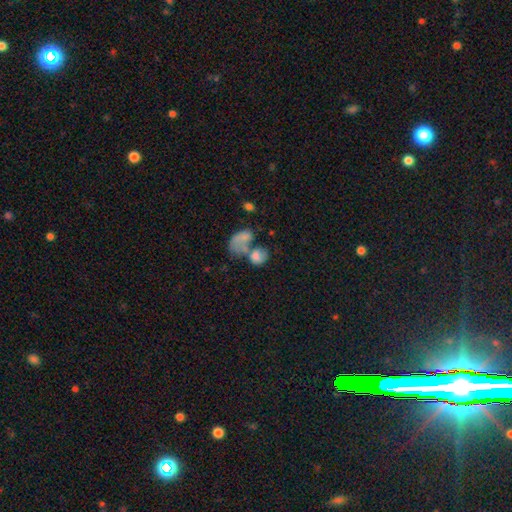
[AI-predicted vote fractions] Morphology: type=smooth (67%); roundness=in between (69%); merging=merger (57%).